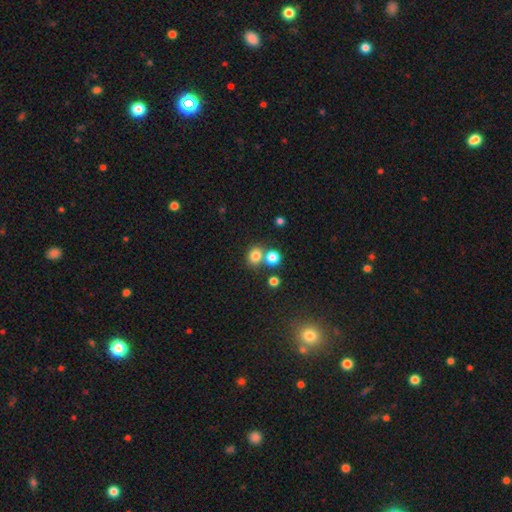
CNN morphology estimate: Smooth or featured? Predicted: smooth (p=0.78). How rounded? Predicted: round (p=0.68). Merging? Predicted: none (p=0.60).